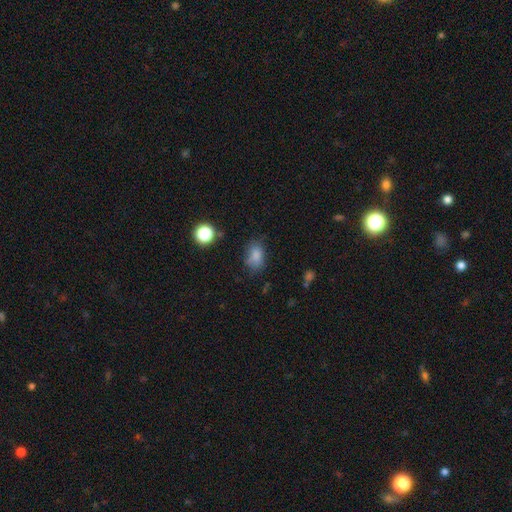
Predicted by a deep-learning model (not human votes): This is clearly a smooth galaxy (81%). How rounded: likely in between (79%). Merging: likely none (65%).